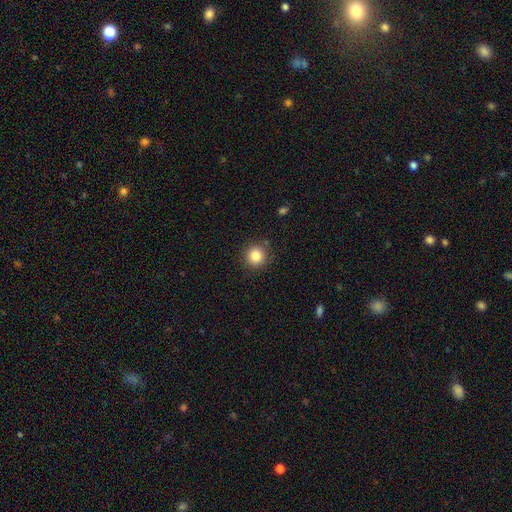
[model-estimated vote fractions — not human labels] Q: Smooth or featured?
A: smooth (84%); runner-up: star or artifact (11%)
Q: How rounded?
A: round (93%); runner-up: in between (6%)
Q: Merging?
A: none (87%); runner-up: minor disturbance (8%)